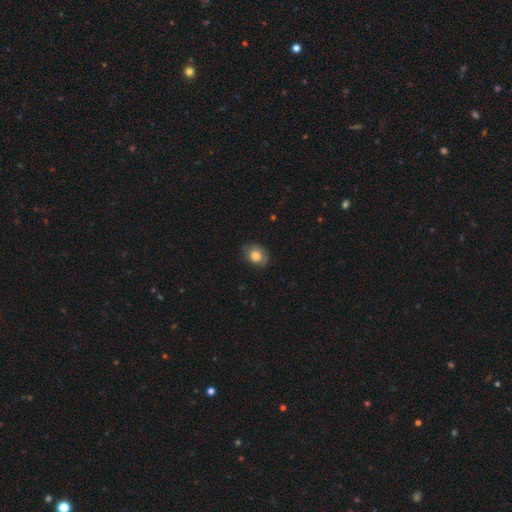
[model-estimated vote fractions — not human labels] Smooth or featured: smooth — 74% (featured or disk — 17%)
How rounded: in between — 51% (round — 48%)
Merging: none — 71% (minor disturbance — 22%)